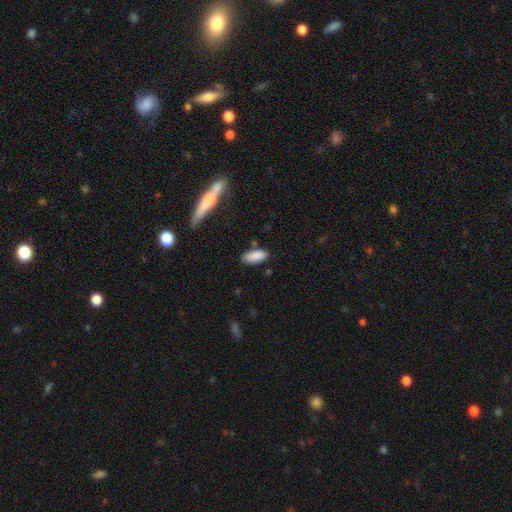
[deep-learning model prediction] Smooth or featured? Predicted: smooth (p=0.87). How rounded? Predicted: in between (p=0.84). Merging? Predicted: none (p=0.78).